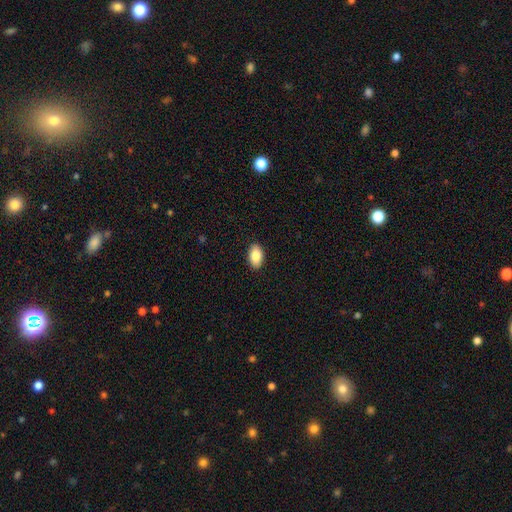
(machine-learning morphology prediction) Smooth or featured? smooth (87%)
How rounded? in between (93%)
Merging? none (90%)